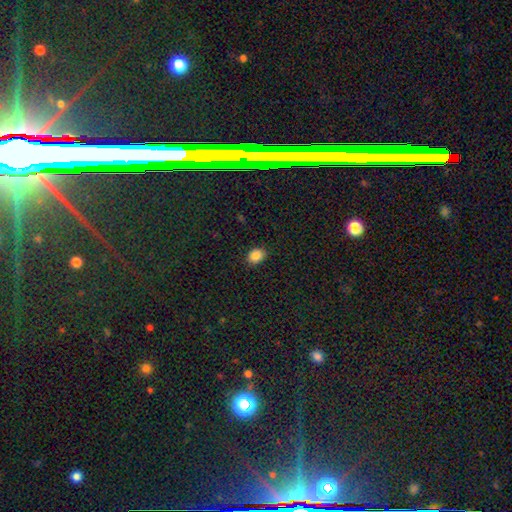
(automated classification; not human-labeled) Q: Smooth or featured?
A: smooth (85%); runner-up: star or artifact (10%)
Q: How rounded?
A: in between (61%); runner-up: round (38%)
Q: Merging?
A: none (87%); runner-up: minor disturbance (10%)